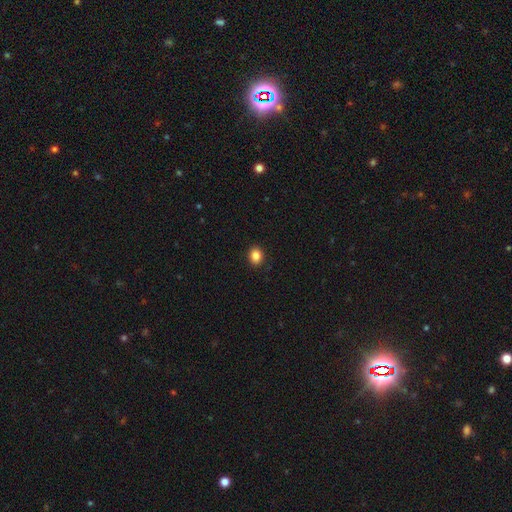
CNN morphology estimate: smooth_or_featured: smooth (p=0.86) [alt: star or artifact p=0.10]
how_rounded: round (p=0.52) [alt: in between p=0.47]
merging: none (p=0.91) [alt: minor disturbance p=0.06]